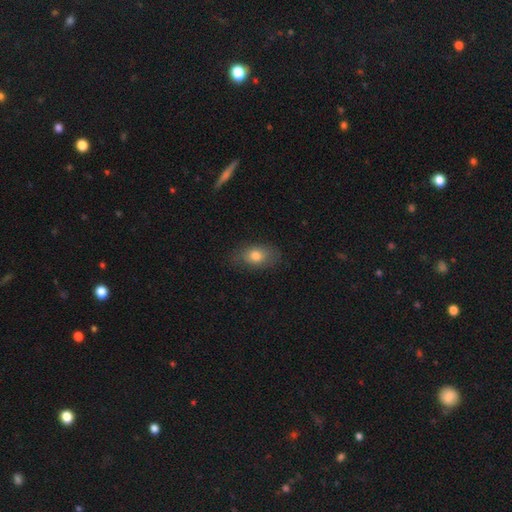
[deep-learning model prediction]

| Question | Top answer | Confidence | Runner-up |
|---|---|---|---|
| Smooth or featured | smooth | 77% | featured or disk (15%) |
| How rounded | in between | 82% | round (16%) |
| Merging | none | 75% | minor disturbance (18%) |